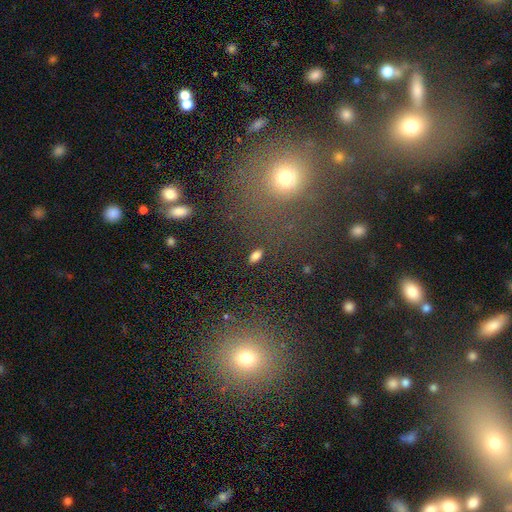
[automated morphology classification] smooth-or-featured: smooth: 81% | star or artifact: 13% | featured or disk: 6%
  how-rounded: in between: 92% | round: 4% | cigar-shaped: 4%
  merging: none: 89% | minor disturbance: 7% | major disturbance: 2% | merger: 2%